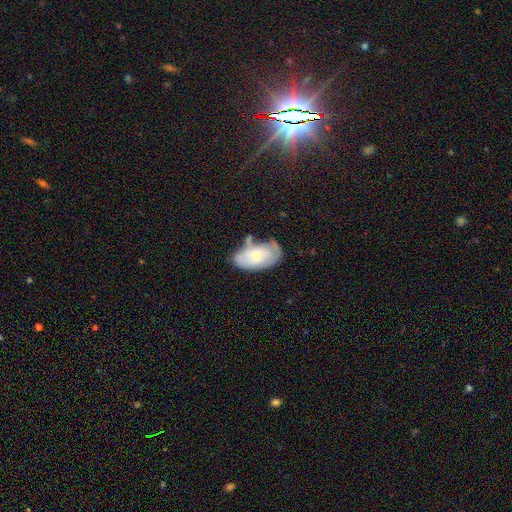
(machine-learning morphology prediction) A smooth galaxy with no disk features (52%) that is in between round and cigar-shaped (93%). Merging: none (42%).